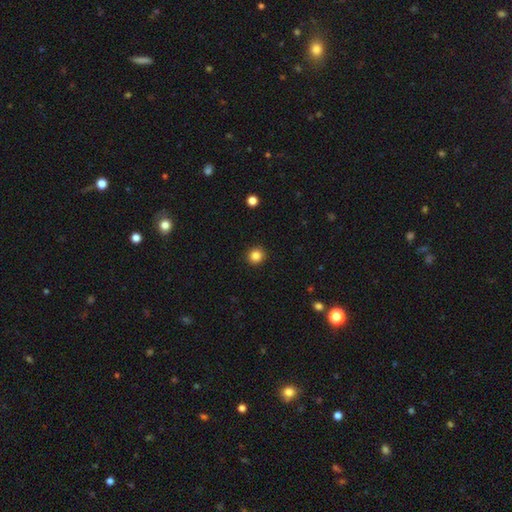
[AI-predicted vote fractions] Smooth or featured? smooth (84%)
How rounded? round (93%)
Merging? none (93%)